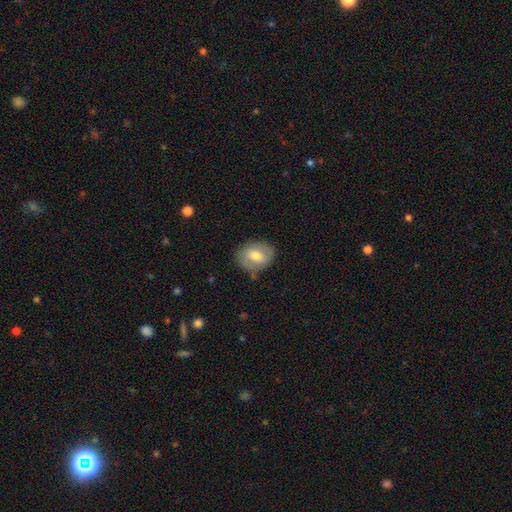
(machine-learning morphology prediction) This appears to be a smooth galaxy with no disk features (57%) that is round (51%). Merging: none (74%).